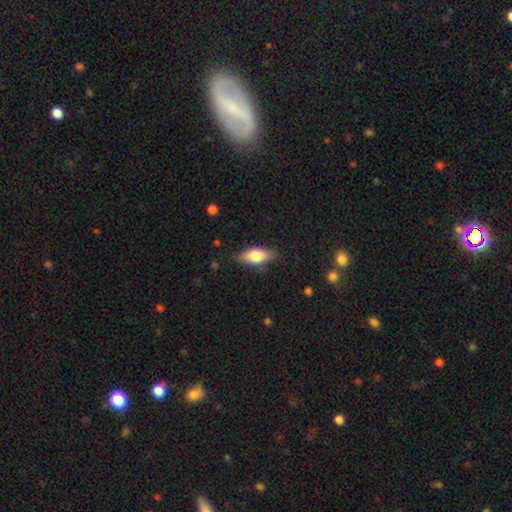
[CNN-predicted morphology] type=smooth (76%); roundness=in between (82%); merging=none (78%).